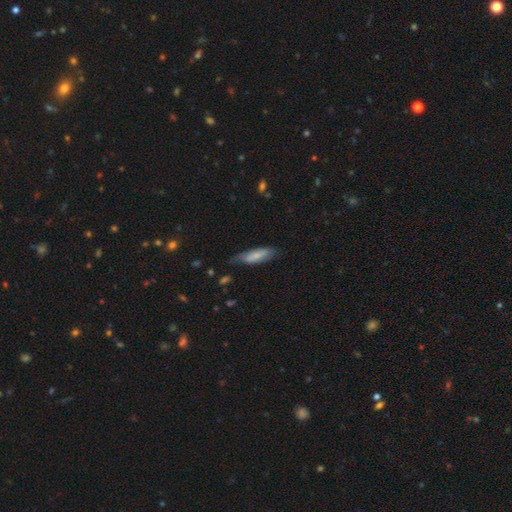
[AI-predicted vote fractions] A smooth galaxy with no disk features (68%) that is in between round and cigar-shaped (54%). Merging: none (57%).